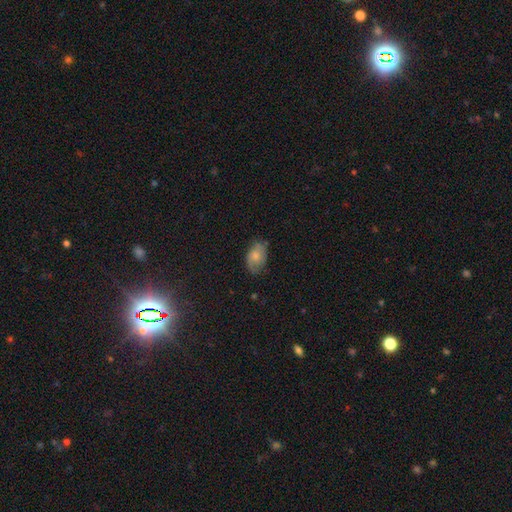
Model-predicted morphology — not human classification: The model was most divided on "smooth or featured": smooth: 51%, featured or disk: 40%, star or artifact: 9%. More confident: how rounded — in between (84%); merging — none (67%).